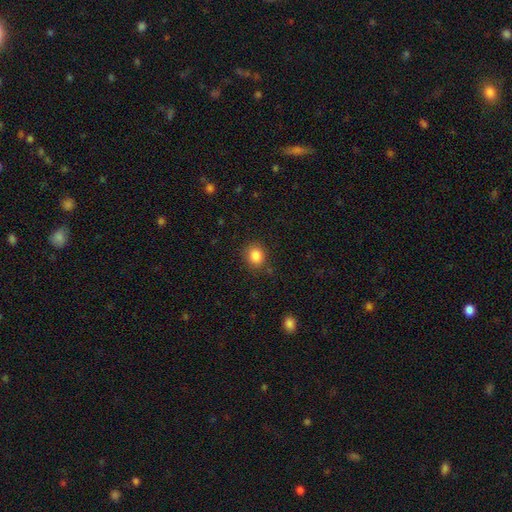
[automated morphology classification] smooth_or_featured: smooth (p=0.85) [alt: star or artifact p=0.10]
how_rounded: round (p=0.76) [alt: in between p=0.23]
merging: none (p=0.85) [alt: minor disturbance p=0.11]